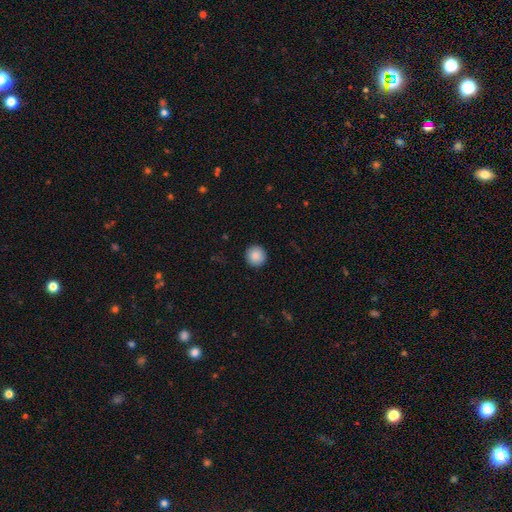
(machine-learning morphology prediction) A smooth galaxy with no disk features (88%) that is round (95%).

Vote fractions:
- Smooth or featured? smooth: 88% / star or artifact: 8% / featured or disk: 4%
- How rounded? round: 95% / in between: 4% / cigar-shaped: 1%
- Merging? none: 92% / minor disturbance: 5% / major disturbance: 2% / merger: 1%